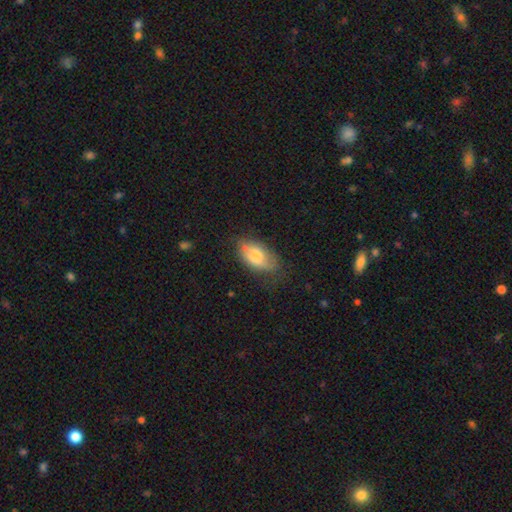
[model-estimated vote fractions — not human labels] Overall: smooth (69%). How rounded: in between (92%). Merging: none (57%; minor disturbance 30%).